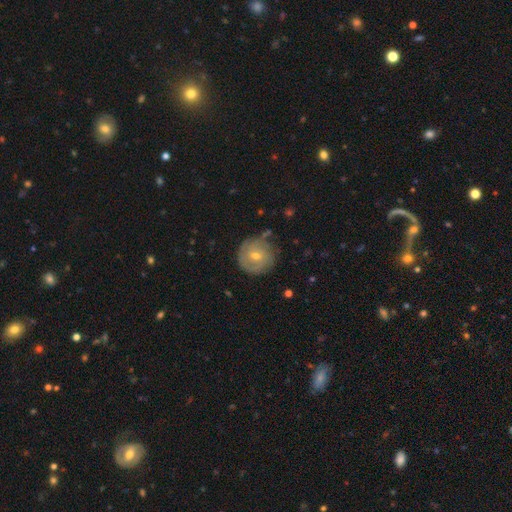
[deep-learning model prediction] smooth_or_featured: featured or disk (p=0.51) [alt: smooth p=0.40]
disk_edge_on: no (p=0.96) [alt: yes p=0.04]
merging: none (p=0.77) [alt: minor disturbance p=0.16]